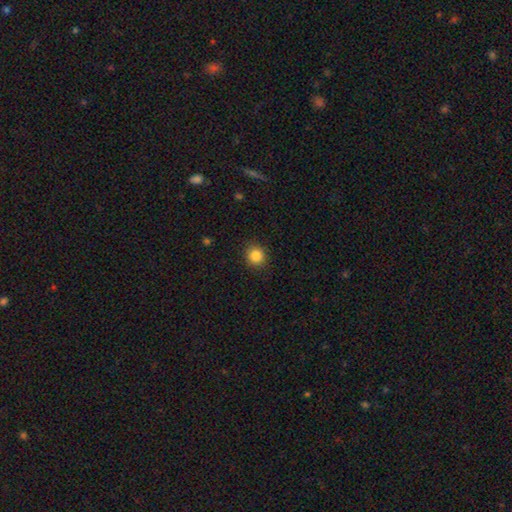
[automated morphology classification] smooth_or_featured: smooth (p=0.86) [alt: star or artifact p=0.10]
how_rounded: round (p=0.89) [alt: in between p=0.10]
merging: none (p=0.90) [alt: minor disturbance p=0.07]